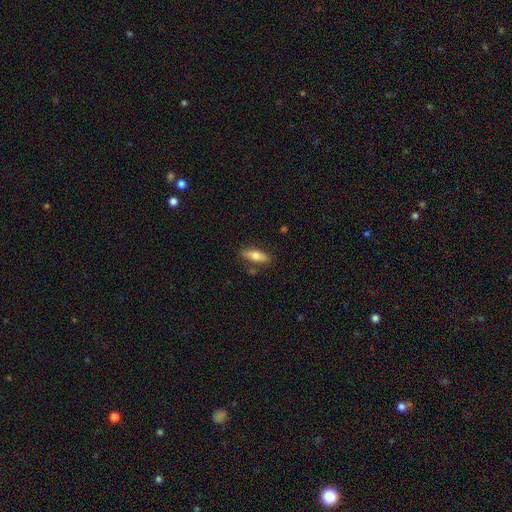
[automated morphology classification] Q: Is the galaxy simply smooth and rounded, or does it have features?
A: smooth — 67%.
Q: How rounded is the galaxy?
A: in between — 59%.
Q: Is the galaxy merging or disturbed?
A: none — 80%.